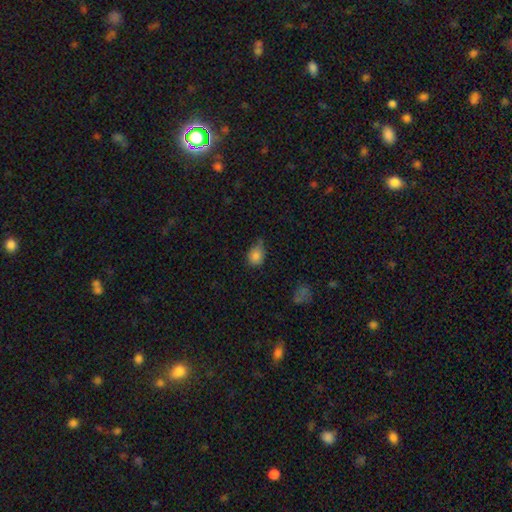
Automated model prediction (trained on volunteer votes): Smooth or featured? Predicted: smooth (p=0.83). How rounded? Predicted: round (p=0.51). Merging? Predicted: minor disturbance (p=0.45).